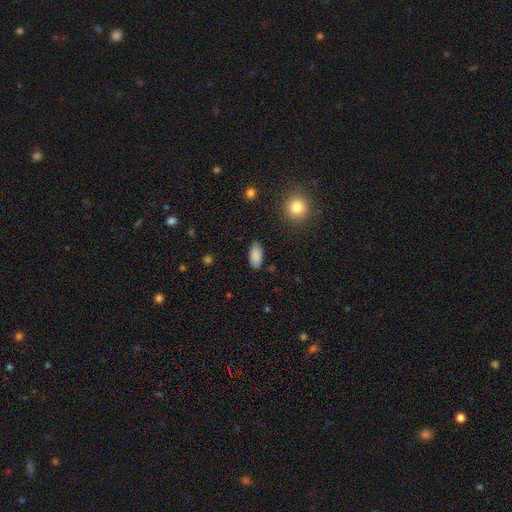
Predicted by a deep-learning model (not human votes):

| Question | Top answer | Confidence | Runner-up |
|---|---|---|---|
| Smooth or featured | smooth | 88% | star or artifact (7%) |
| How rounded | in between | 92% | cigar-shaped (6%) |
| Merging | none | 86% | minor disturbance (10%) |